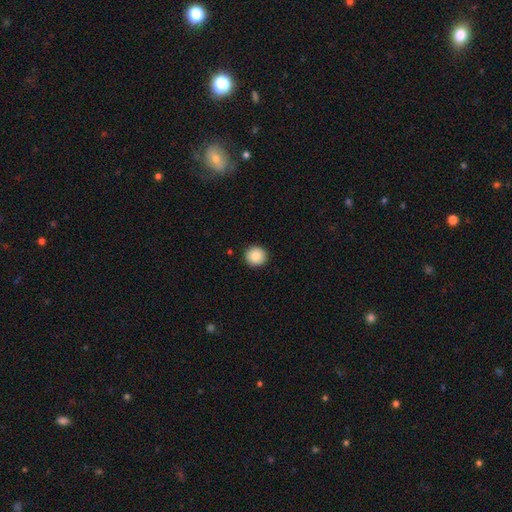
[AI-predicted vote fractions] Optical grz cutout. It shows a smooth galaxy with no disk features (83%) that is round (95%). Merging: none (93%).